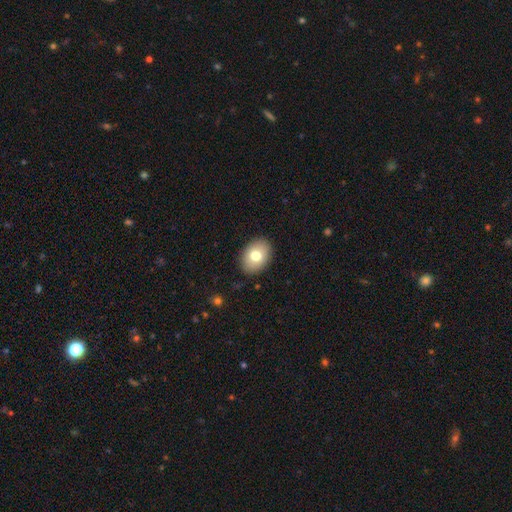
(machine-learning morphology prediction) Smooth or featured: smooth — 76% (featured or disk — 16%)
How rounded: in between — 78% (round — 21%)
Merging: none — 88% (minor disturbance — 8%)